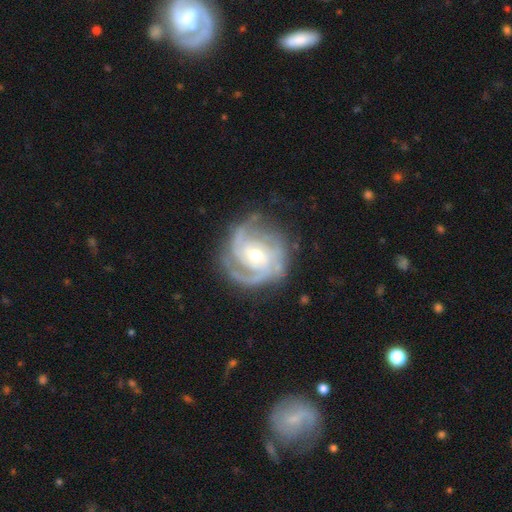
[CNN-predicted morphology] Overall: featured or disk (90%). Edge-on disk: no (98%). Bar: no (59%; weak 32%). Spiral arms: yes (97%). Spiral arm count: 3 (38%; 2 27%). Spiral winding: tight (61%; medium 33%). Bulge size: moderate (58%; small 38%). Merging: none (71%).